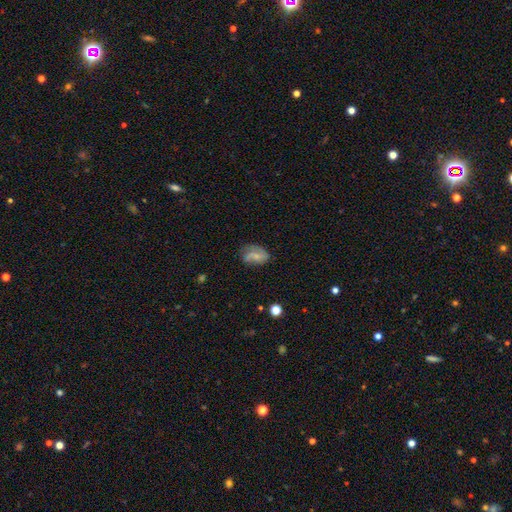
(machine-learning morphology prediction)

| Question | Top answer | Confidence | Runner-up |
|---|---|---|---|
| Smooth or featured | featured or disk | 47% | smooth (44%) |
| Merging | none | 49% | minor disturbance (29%) |